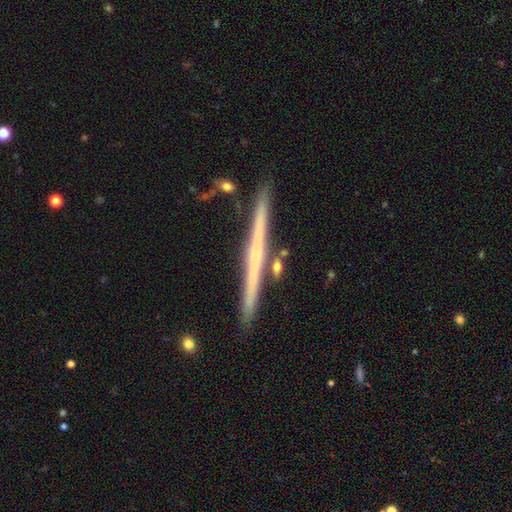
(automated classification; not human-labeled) Smooth or featured? Predicted: featured or disk (p=0.64). Edge-on disk? Predicted: yes (p=0.98). Edge-on bulge? Predicted: none (p=0.79). Merging? Predicted: none (p=0.88).